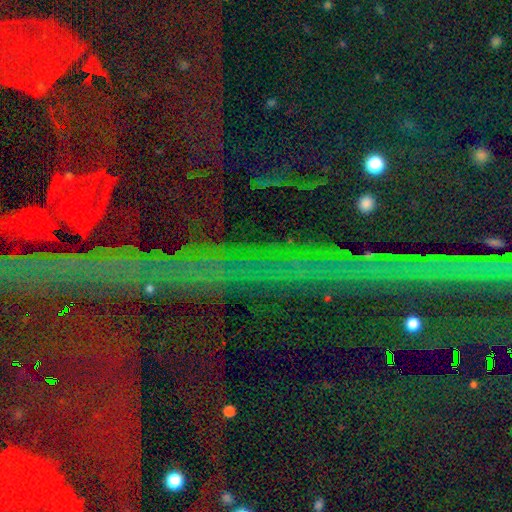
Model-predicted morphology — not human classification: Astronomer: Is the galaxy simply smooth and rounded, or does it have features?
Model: star or artifact — 87%.